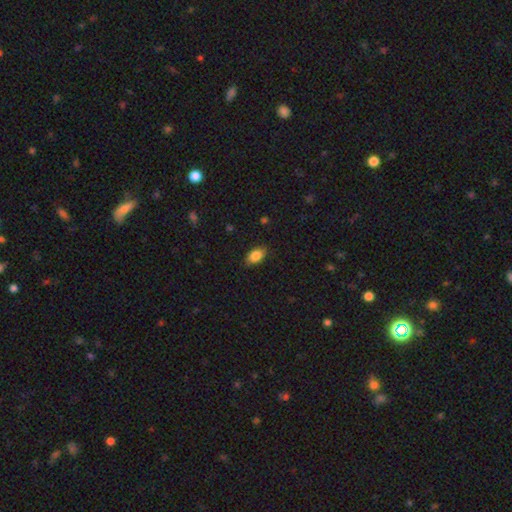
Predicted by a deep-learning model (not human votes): Q: Smooth or featured?
A: smooth (86%); runner-up: star or artifact (8%)
Q: How rounded?
A: in between (90%); runner-up: round (8%)
Q: Merging?
A: none (84%); runner-up: minor disturbance (12%)